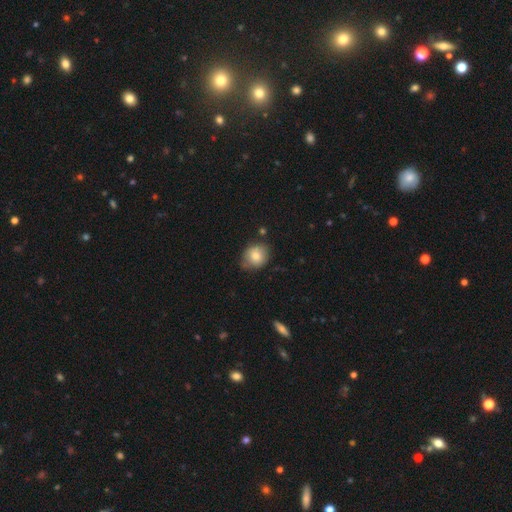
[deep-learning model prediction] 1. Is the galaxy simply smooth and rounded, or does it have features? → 77% smooth, 15% featured or disk, 9% star or artifact.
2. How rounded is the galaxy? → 65% round, 34% in between, 1% cigar-shaped.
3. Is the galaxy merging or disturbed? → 71% none, 22% minor disturbance, 4% major disturbance, 3% merger.